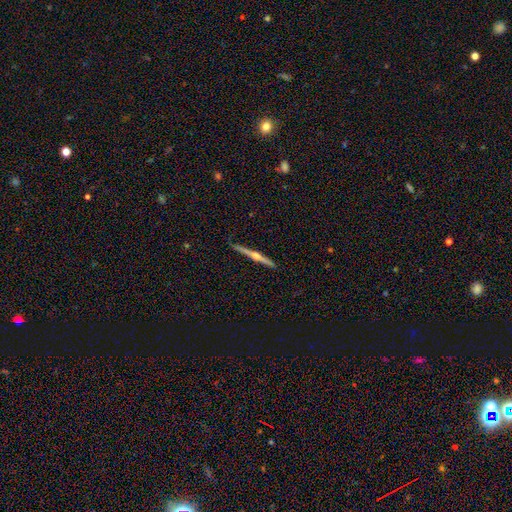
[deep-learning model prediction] The model was most divided on "smooth or featured": featured or disk: 78%, smooth: 16%, star or artifact: 6%. More confident: edge-on disk — yes (98%); merging — none (92%); edge-on bulge — rounded (86%).